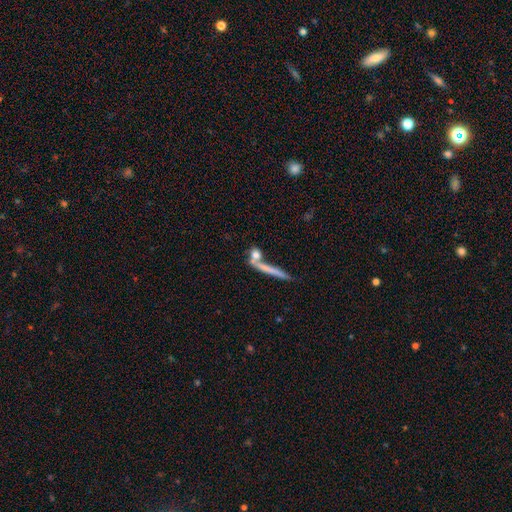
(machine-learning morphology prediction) A smooth galaxy with no disk features (67%) that is round (42%).

Vote fractions:
- Smooth or featured? smooth: 67% / featured or disk: 23% / star or artifact: 10%
- How rounded? round: 42% / cigar-shaped: 39% / in between: 19%
- Merging? none: 50% / merger: 31% / minor disturbance: 11% / major disturbance: 8%